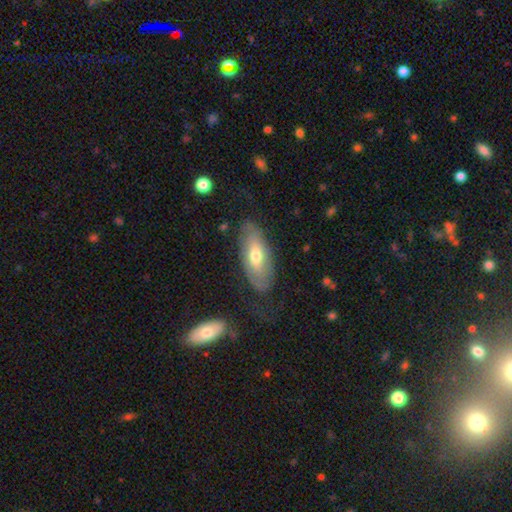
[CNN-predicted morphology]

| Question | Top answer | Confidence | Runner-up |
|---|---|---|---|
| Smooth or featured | smooth | 52% | featured or disk (41%) |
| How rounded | in between | 81% | cigar-shaped (16%) |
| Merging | none | 72% | minor disturbance (18%) |